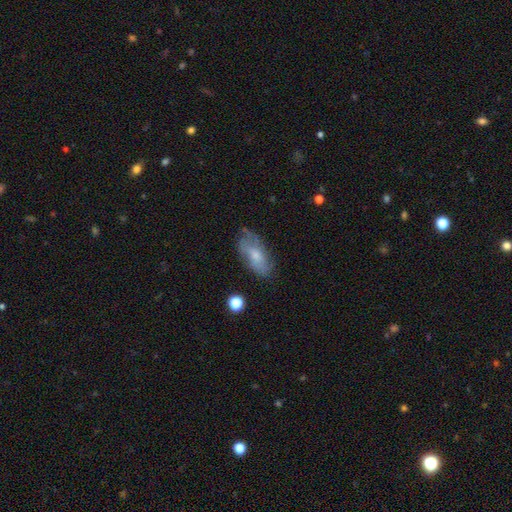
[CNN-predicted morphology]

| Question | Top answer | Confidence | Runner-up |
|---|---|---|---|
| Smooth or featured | featured or disk | 46% | tied: smooth (46%) |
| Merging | none | 64% | minor disturbance (25%) |